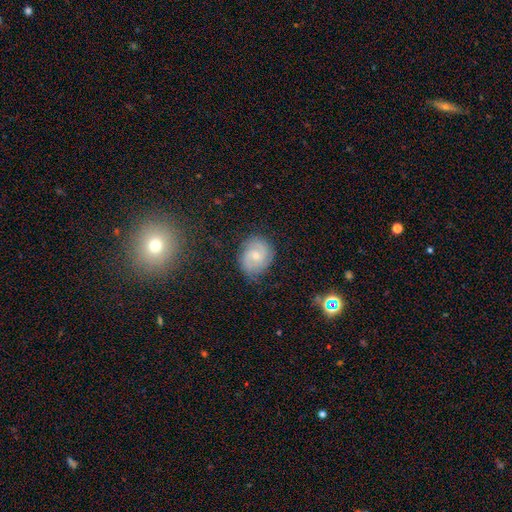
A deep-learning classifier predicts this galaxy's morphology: This appears to be a featured or disk galaxy (67%) with no bar (59%), 2 (55%) tight (50%) spiral arms (92%) and a small central bulge (52%). Merging: none (74%).